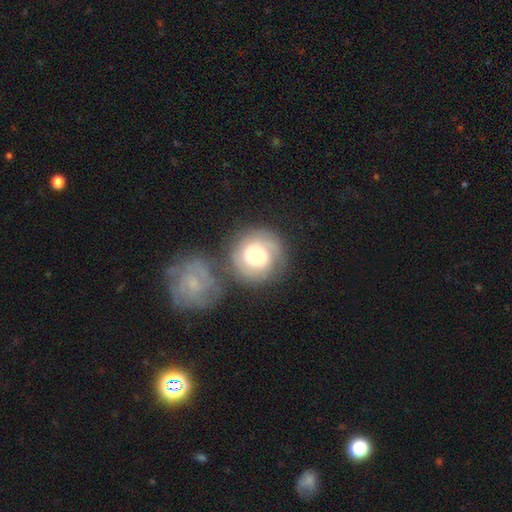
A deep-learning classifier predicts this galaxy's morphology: Smooth or featured? Predicted: featured or disk (p=0.67). Edge-on disk? Predicted: no (p=0.98). Bar? Predicted: no (p=0.77). Spiral arms? Predicted: yes (p=0.90). Spiral winding? Predicted: tight (p=0.72). Spiral arm count? Predicted: 2 (p=0.49). Bulge size? Predicted: moderate (p=0.60). Merging? Predicted: none (p=0.60).